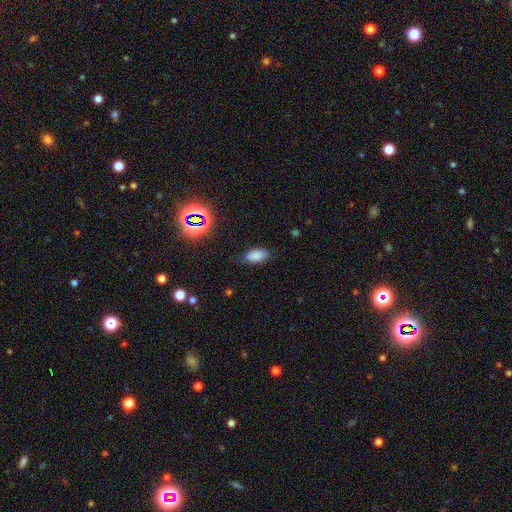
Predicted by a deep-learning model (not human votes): Smooth or featured? Predicted: smooth (p=0.79). How rounded? Predicted: in between (p=0.92). Merging? Predicted: none (p=0.75).